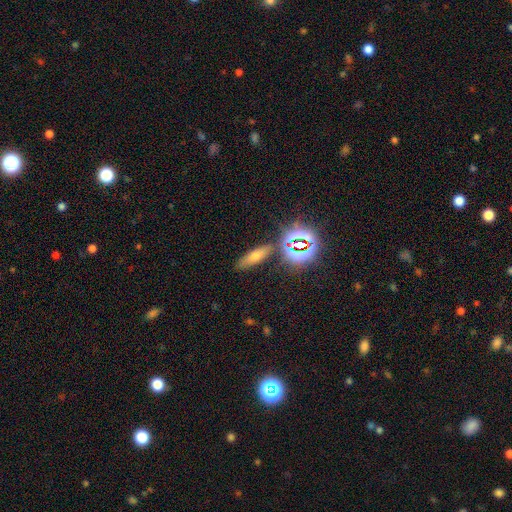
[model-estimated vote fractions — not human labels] smooth 50%, star or artifact 29%, featured or disk 21%. Down the decision tree: how rounded — cigar-shaped (50%); merging — none (82%).